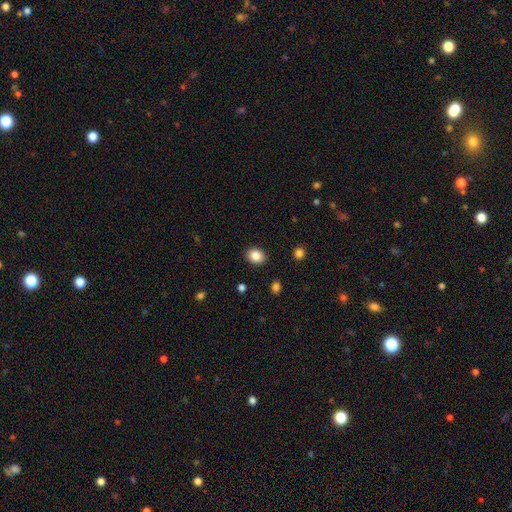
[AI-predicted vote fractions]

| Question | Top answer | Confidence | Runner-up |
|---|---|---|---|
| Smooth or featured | smooth | 86% | star or artifact (9%) |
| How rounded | in between | 52% | round (47%) |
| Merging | none | 90% | minor disturbance (7%) |